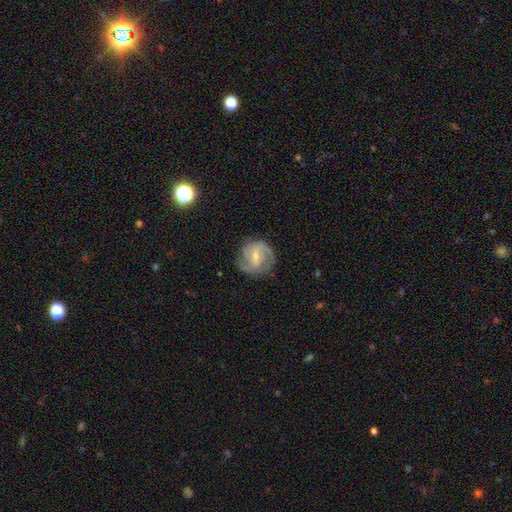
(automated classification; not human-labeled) Q: Smooth or featured?
A: featured or disk (75%); runner-up: smooth (19%)
Q: Edge-on disk?
A: no (98%); runner-up: yes (2%)
Q: Bar?
A: weak (55%); runner-up: strong (28%)
Q: Spiral arms?
A: yes (91%); runner-up: no (9%)
Q: Spiral winding?
A: medium (48%); runner-up: tight (31%)
Q: Spiral arm count?
A: 2 (68%); runner-up: can't tell (14%)
Q: Bulge size?
A: small (56%); runner-up: moderate (36%)
Q: Merging?
A: none (71%); runner-up: minor disturbance (19%)